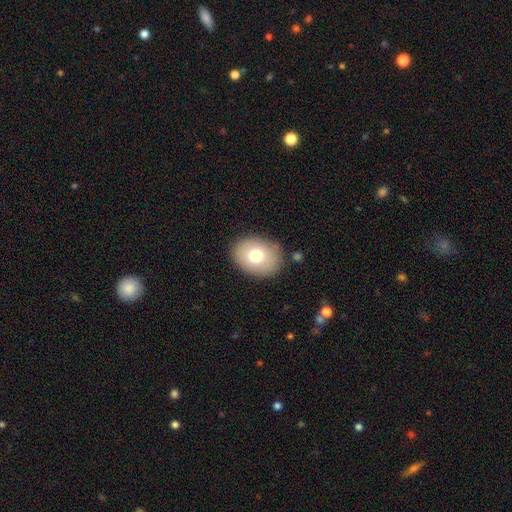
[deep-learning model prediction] This appears to be a smooth galaxy with no disk features (74%) that is in between round and cigar-shaped (65%). Merging: none (84%).